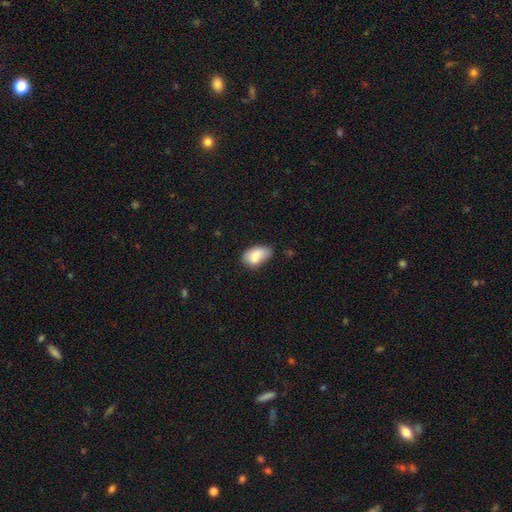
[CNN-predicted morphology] Q: Smooth or featured?
A: smooth (83%); runner-up: featured or disk (9%)
Q: How rounded?
A: in between (92%); runner-up: round (6%)
Q: Merging?
A: none (50%); runner-up: minor disturbance (37%)